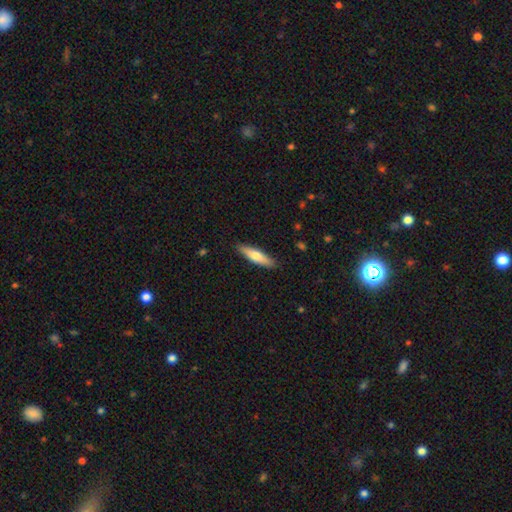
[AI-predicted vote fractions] smooth 65%, featured or disk 29%, star or artifact 5%. Down the decision tree: how rounded — cigar-shaped (70%); merging — none (89%).